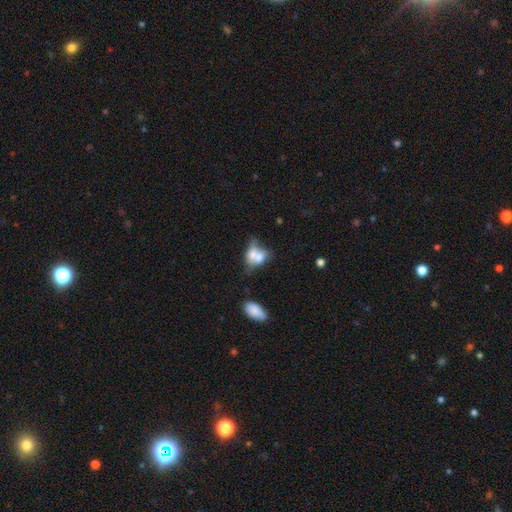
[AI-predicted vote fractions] Morphology: type=smooth (65%); roundness=in between (72%); merging=merger (65%).